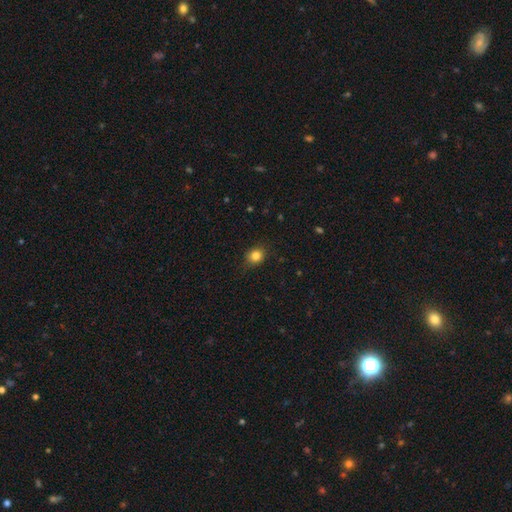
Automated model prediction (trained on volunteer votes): This appears to be a smooth galaxy with no disk features (83%) that is round (71%). Merging: none (82%).